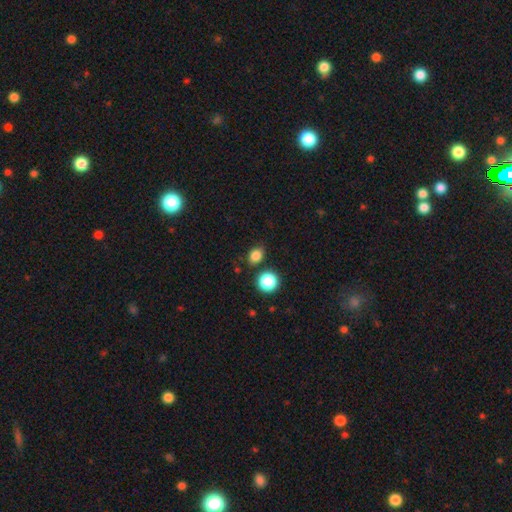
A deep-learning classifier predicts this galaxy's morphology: This is clearly a smooth galaxy (82%). How rounded: possibly round (50%). Merging: likely none (77%).